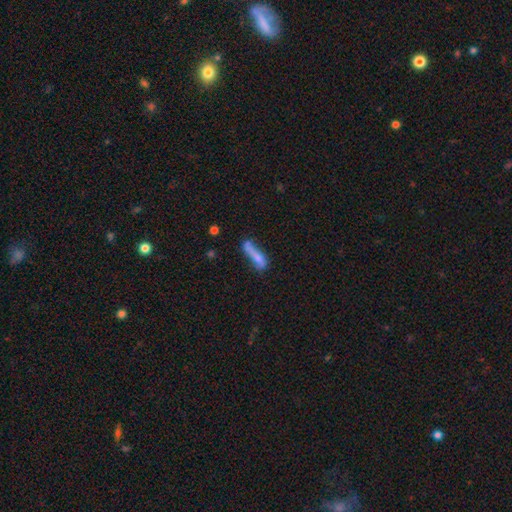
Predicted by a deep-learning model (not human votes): A smooth galaxy with no disk features (62%) that is cigar-shaped (73%).

Vote fractions:
- Smooth or featured? smooth: 62% / featured or disk: 29% / star or artifact: 9%
- How rounded? cigar-shaped: 73% / in between: 24% / round: 3%
- Merging? none: 37% / minor disturbance: 24% / merger: 21% / major disturbance: 18%